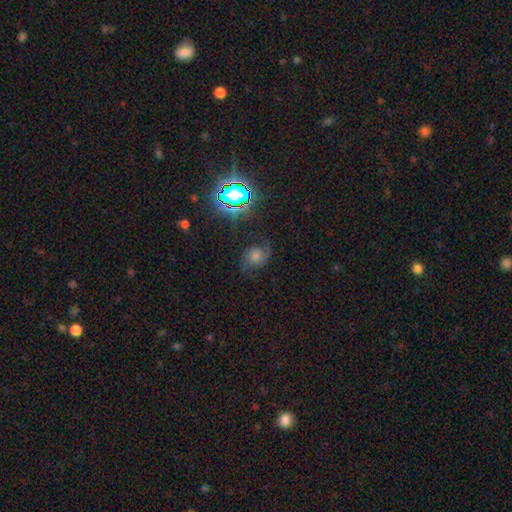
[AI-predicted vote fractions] The model was most divided on "bulge size": moderate: 46%, small: 28%, large: 14%, none: 9%, dominant: 4%. Remaining: edge-on disk — no (96%); spiral arms — yes (95%); spiral arm count — 2 (85%); merging — none (71%); bar — no (66%); smooth or featured — featured or disk (60%); spiral winding — medium (49%).